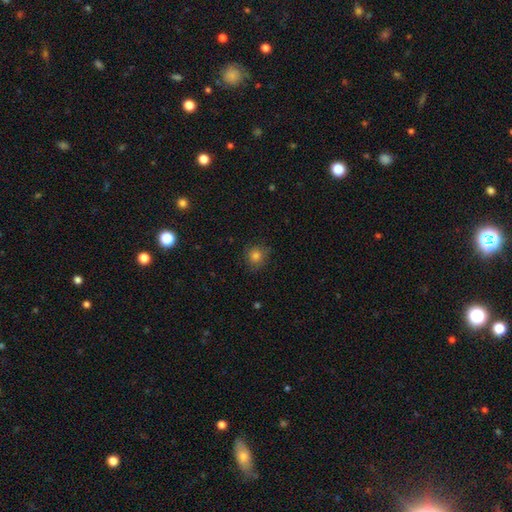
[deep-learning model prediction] A smooth galaxy with no disk features (81%) that is round (86%).

Vote fractions:
- Smooth or featured? smooth: 81% / star or artifact: 12% / featured or disk: 7%
- How rounded? round: 86% / in between: 13% / cigar-shaped: 1%
- Merging? none: 80% / minor disturbance: 15% / major disturbance: 4% / merger: 1%